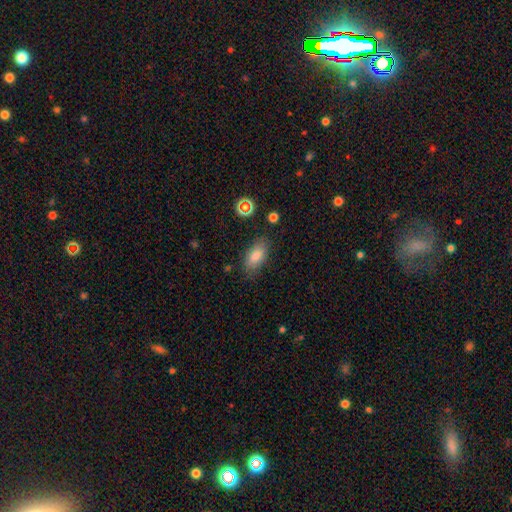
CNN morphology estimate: smooth-or-featured: smooth: 82% | star or artifact: 10% | featured or disk: 9%
  how-rounded: in between: 87% | cigar-shaped: 9% | round: 4%
  merging: none: 82% | minor disturbance: 13% | major disturbance: 4% | merger: 2%